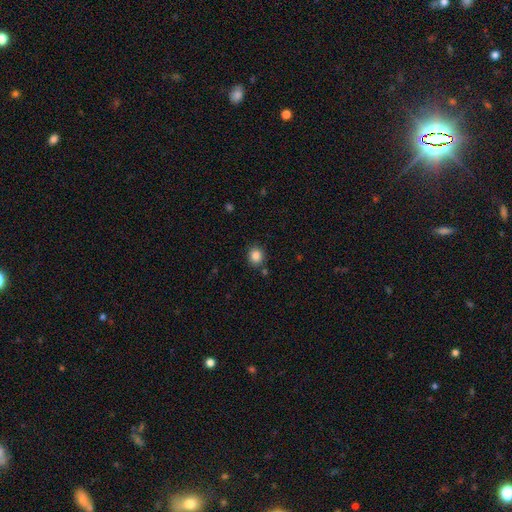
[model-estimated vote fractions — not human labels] A smooth galaxy with no disk features (85%) that is round (80%).

Vote fractions:
- Smooth or featured? smooth: 85% / star or artifact: 10% / featured or disk: 4%
- How rounded? round: 80% / in between: 19% / cigar-shaped: 1%
- Merging? none: 84% / minor disturbance: 9% / merger: 4% / major disturbance: 3%